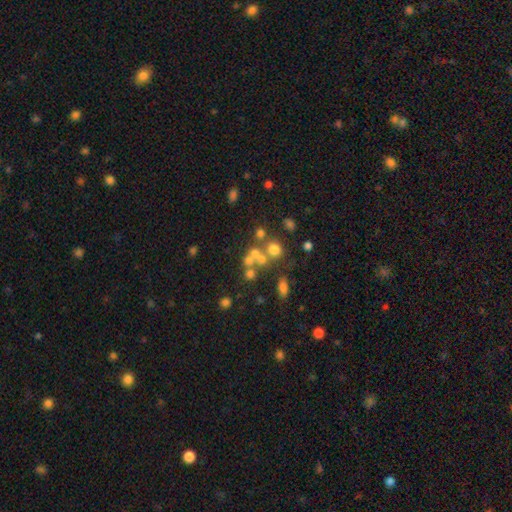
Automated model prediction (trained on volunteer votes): smooth 51%, featured or disk 27%, star or artifact 22%. Down the decision tree: how rounded — round (73%); merging — none (41%, tied with merger).